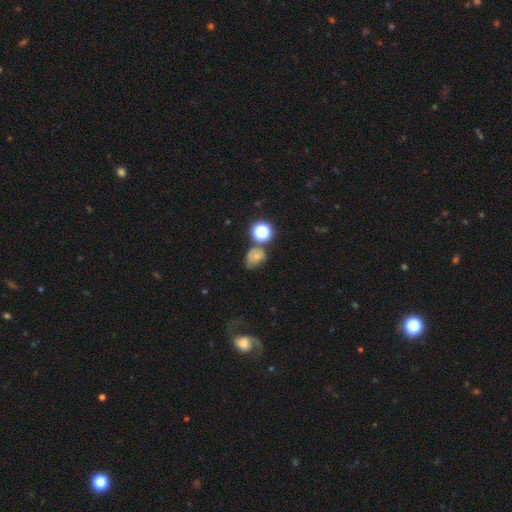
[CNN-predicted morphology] Smooth or featured?
  - smooth: 48% *
  - featured or disk: 27%
  - star or artifact: 25%
Merging?
  - none: 44% *
  - minor disturbance: 27%
  - merger: 15%
  - major disturbance: 14%